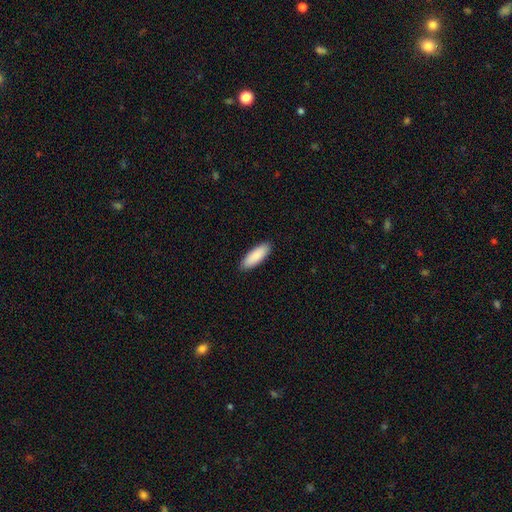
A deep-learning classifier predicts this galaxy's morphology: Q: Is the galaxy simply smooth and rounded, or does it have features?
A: smooth — 90%.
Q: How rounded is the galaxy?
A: in between — 64%.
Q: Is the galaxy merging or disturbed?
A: none — 91%.